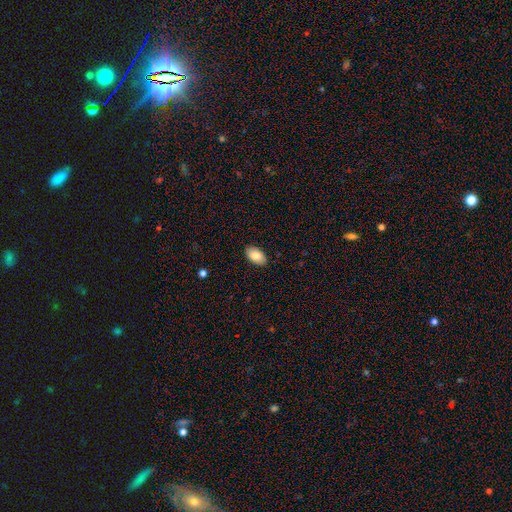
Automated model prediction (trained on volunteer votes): Morphology: type=smooth (84%); roundness=in between (95%); merging=none (88%).